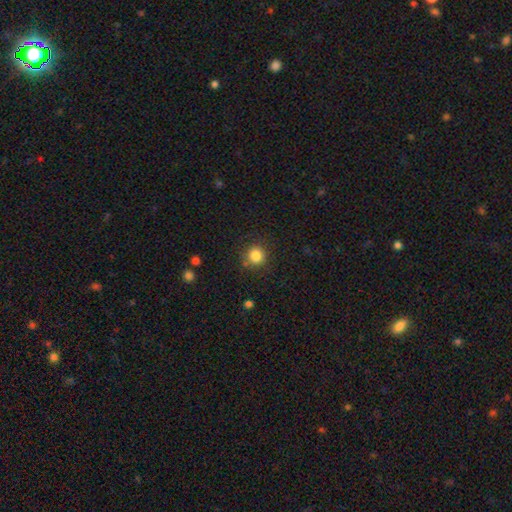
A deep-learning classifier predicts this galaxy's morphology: smooth_or_featured: smooth (p=0.84) [alt: star or artifact p=0.11]
how_rounded: round (p=0.90) [alt: in between p=0.09]
merging: none (p=0.85) [alt: minor disturbance p=0.09]